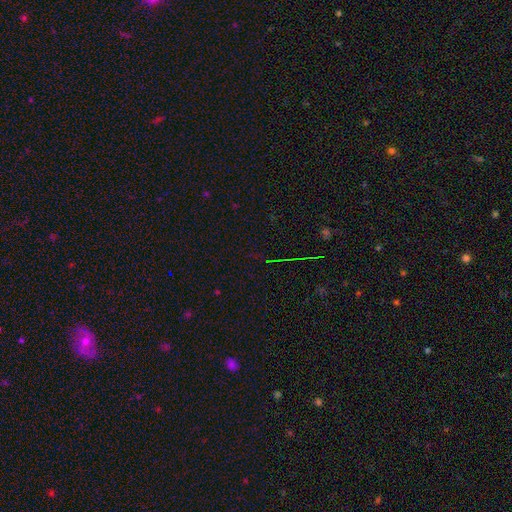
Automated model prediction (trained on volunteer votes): Morphology: type=star or artifact (76%).